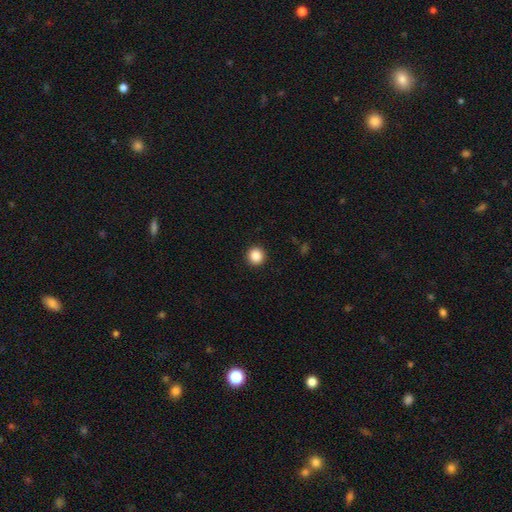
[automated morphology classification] Q: Smooth or featured?
A: smooth (88%); runner-up: star or artifact (9%)
Q: How rounded?
A: round (94%); runner-up: in between (5%)
Q: Merging?
A: none (93%); runner-up: minor disturbance (4%)